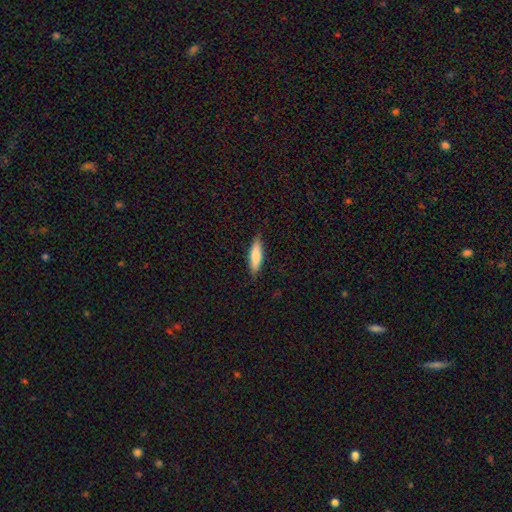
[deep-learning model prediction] A smooth galaxy with no disk features (80%) that is cigar-shaped (61%).

Vote fractions:
- Smooth or featured? smooth: 80% / featured or disk: 15% / star or artifact: 6%
- How rounded? cigar-shaped: 61% / in between: 37% / round: 2%
- Merging? none: 84% / minor disturbance: 13% / major disturbance: 2% / merger: 1%